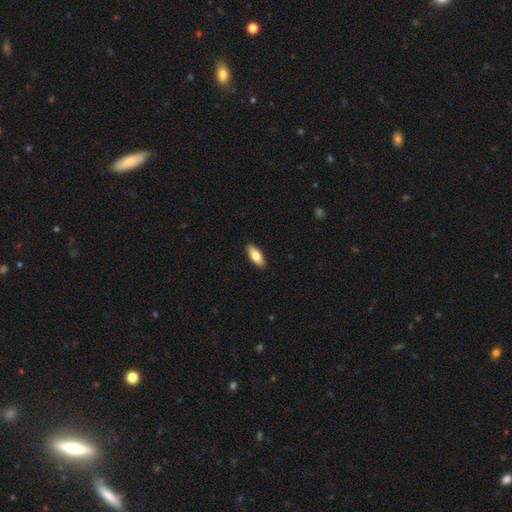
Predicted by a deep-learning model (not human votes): smooth-or-featured: smooth: 80% | featured or disk: 14% | star or artifact: 6%
  how-rounded: in between: 79% | cigar-shaped: 19% | round: 2%
  merging: none: 90% | minor disturbance: 7% | major disturbance: 2% | merger: 1%